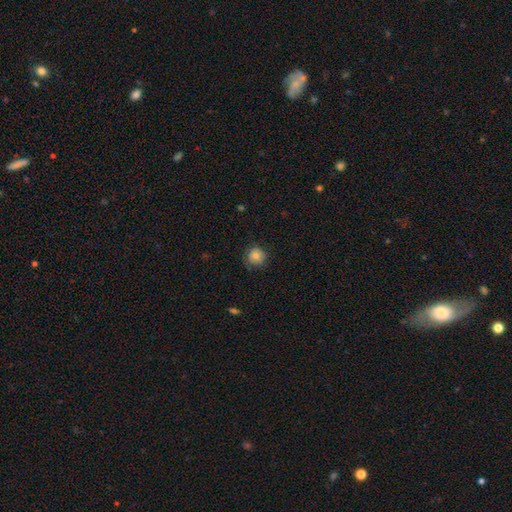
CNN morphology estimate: This is likely a smooth galaxy (77%). How rounded: clearly round (92%). Merging: likely none (78%).